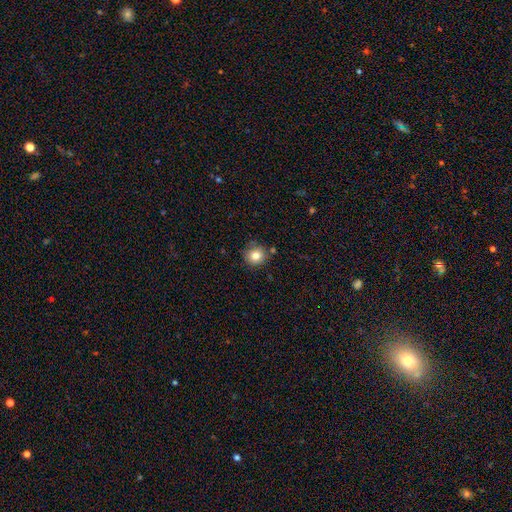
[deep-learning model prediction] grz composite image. It shows a smooth galaxy with no disk features (82%) that is round (92%). Merging: none (82%).